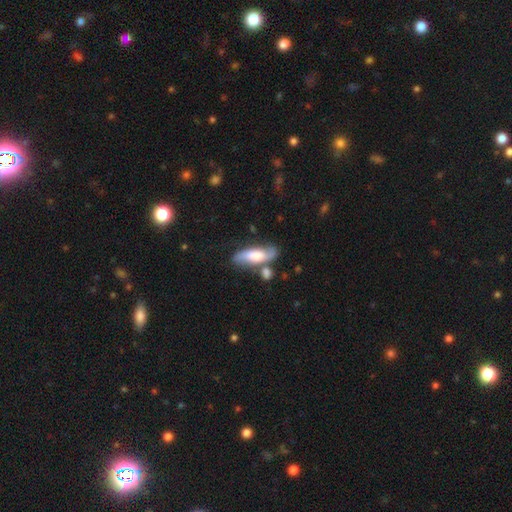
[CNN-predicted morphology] type=featured or disk (47%, tied with smooth); merging=none (57%).